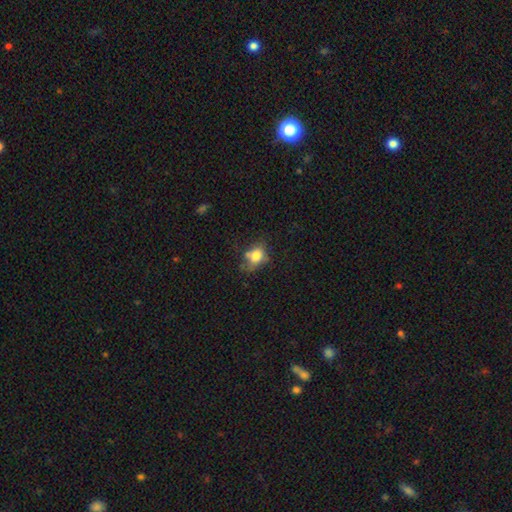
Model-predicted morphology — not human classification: The model was most divided on "how rounded": in between: 57%, round: 41%, cigar-shaped: 2%. Remaining: smooth or featured — smooth (74%); merging — none (47%).